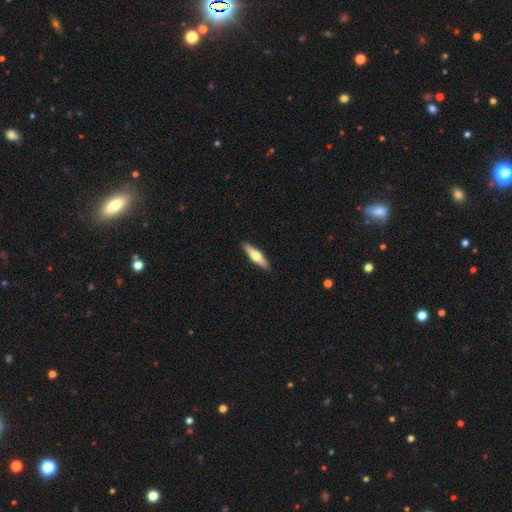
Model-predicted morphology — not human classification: smooth-or-featured: featured or disk: 52% | smooth: 43% | star or artifact: 5%
  disk-edge-on: yes: 95% | no: 5%
  merging: none: 91% | minor disturbance: 7% | major disturbance: 1% | merger: 1%